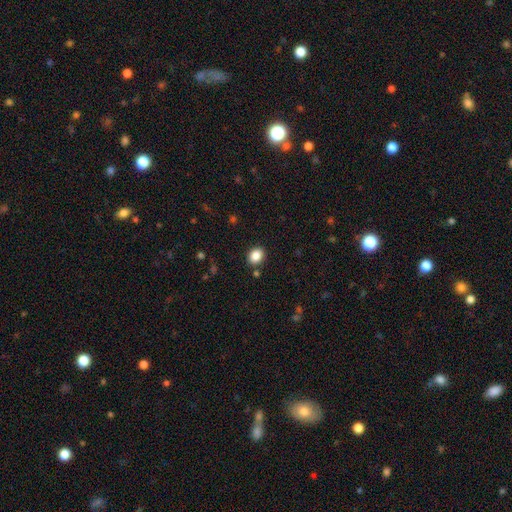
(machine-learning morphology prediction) The model was most divided on "how rounded": round: 51%, in between: 48%, cigar-shaped: 1%. More confident: merging — none (87%); smooth or featured — smooth (86%).